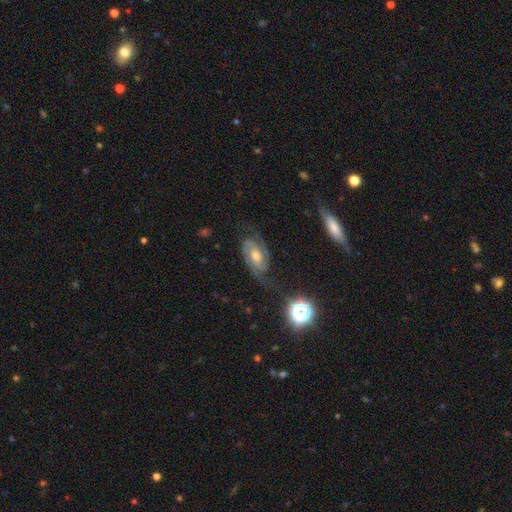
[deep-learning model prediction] A featured or disk galaxy (84%) with no bar (48%), 2 (90%) tight (47%) spiral arms (97%) and a moderate central bulge (69%). Merging: none (75%).